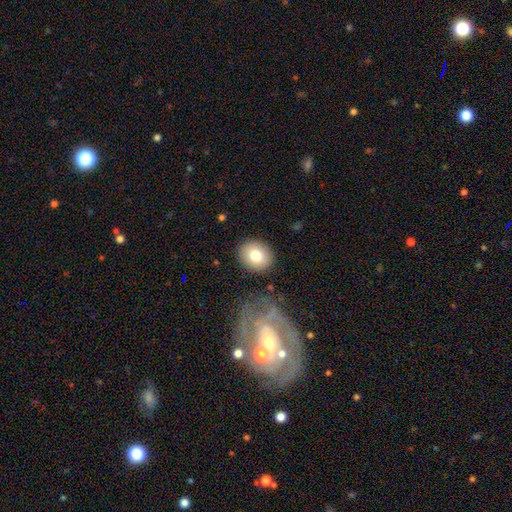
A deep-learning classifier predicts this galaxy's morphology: smooth_or_featured: smooth (p=0.79) [alt: featured or disk p=0.13]
how_rounded: round (p=0.65) [alt: in between p=0.34]
merging: none (p=0.87) [alt: minor disturbance p=0.08]